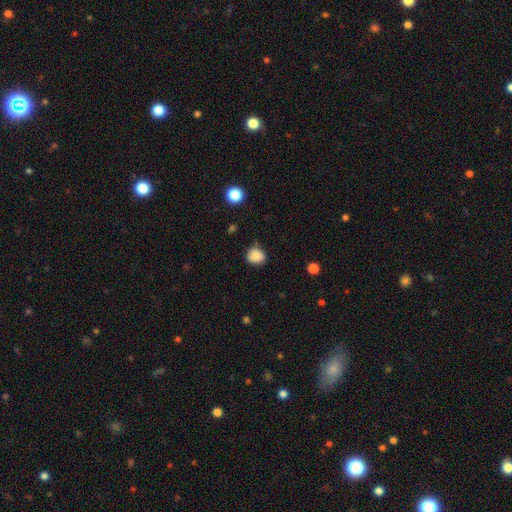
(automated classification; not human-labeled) Morphology: type=smooth (84%); roundness=round (77%); merging=none (73%).